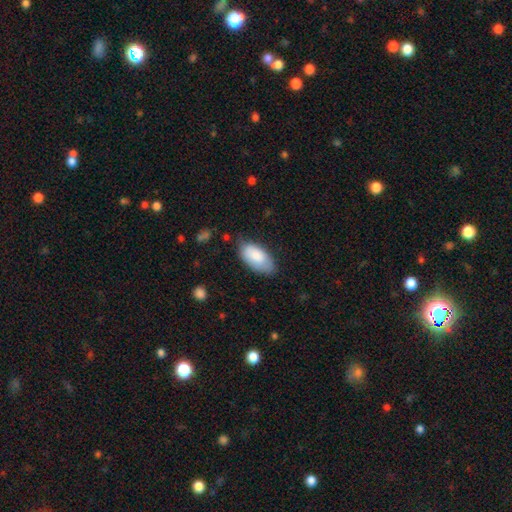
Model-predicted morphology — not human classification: Smooth or featured? smooth (85%)
How rounded? in between (95%)
Merging? none (69%)